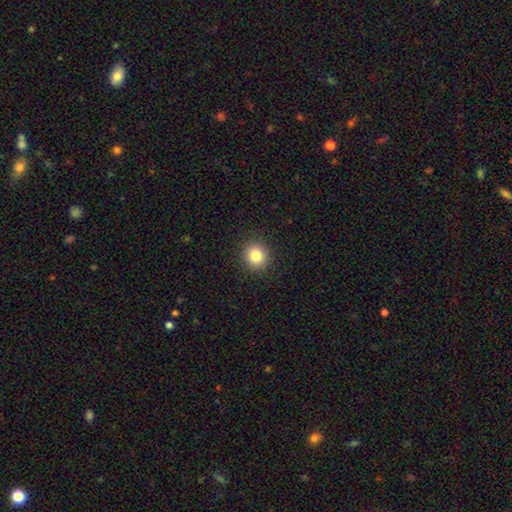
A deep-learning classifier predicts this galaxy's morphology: A smooth galaxy with no disk features (83%) that is round (88%).

Vote fractions:
- Smooth or featured? smooth: 83% / star or artifact: 11% / featured or disk: 6%
- How rounded? round: 88% / in between: 11% / cigar-shaped: 1%
- Merging? none: 92% / minor disturbance: 6% / major disturbance: 2% / merger: 1%